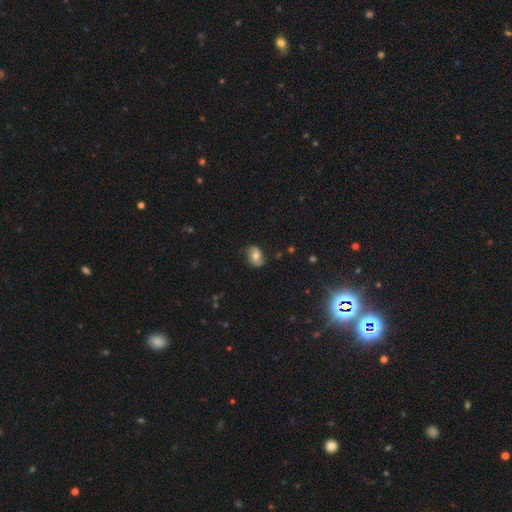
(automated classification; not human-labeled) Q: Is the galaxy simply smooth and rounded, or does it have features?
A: smooth — 50%.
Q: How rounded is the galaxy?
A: in between — 76%.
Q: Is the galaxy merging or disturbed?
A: none — 75%.